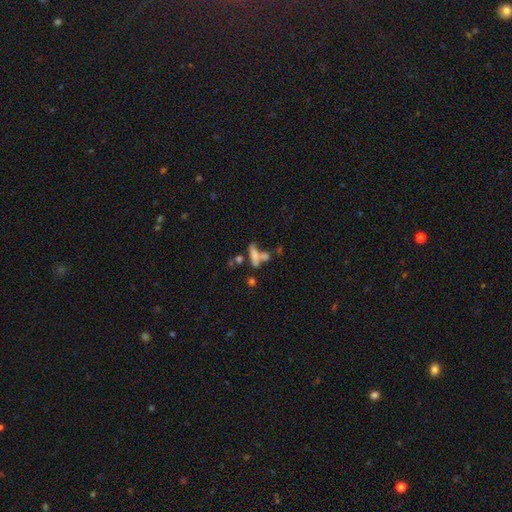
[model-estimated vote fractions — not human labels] Morphology: type=smooth (58%); roundness=cigar-shaped (53%); merging=merger (41%).